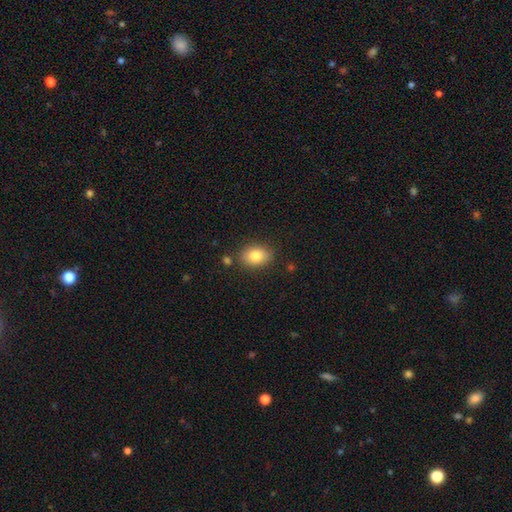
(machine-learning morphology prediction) smooth-or-featured: smooth: 82% | featured or disk: 9% | star or artifact: 8%
  how-rounded: in between: 77% | round: 22% | cigar-shaped: 1%
  merging: none: 83% | minor disturbance: 11% | merger: 3% | major disturbance: 3%